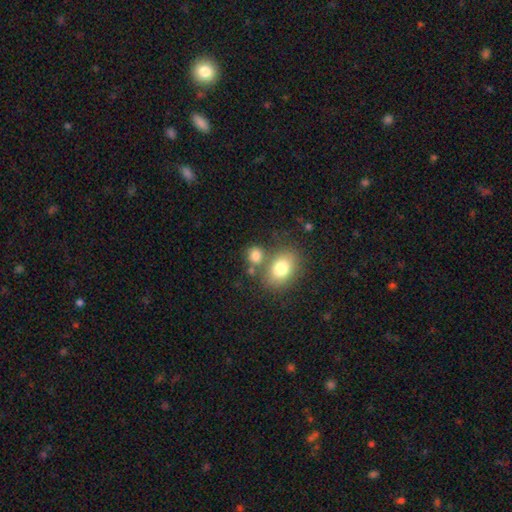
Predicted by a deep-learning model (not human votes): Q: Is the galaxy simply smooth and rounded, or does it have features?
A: smooth — 80%.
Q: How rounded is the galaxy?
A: round — 53%.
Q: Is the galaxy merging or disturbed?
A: none — 56%.